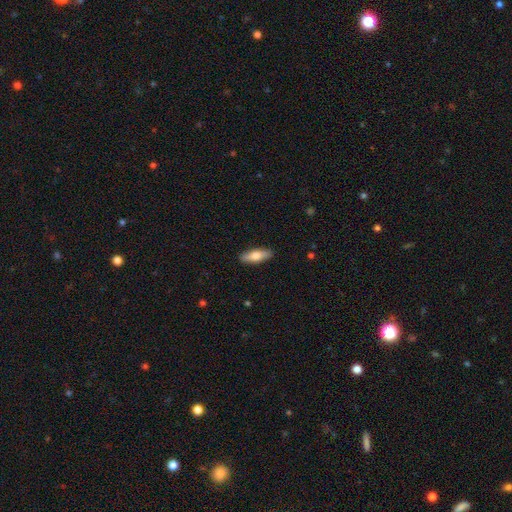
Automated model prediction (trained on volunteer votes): Smooth or featured: smooth — 67% (featured or disk — 28%)
How rounded: in between — 51% (cigar-shaped — 47%)
Merging: none — 89% (minor disturbance — 8%)